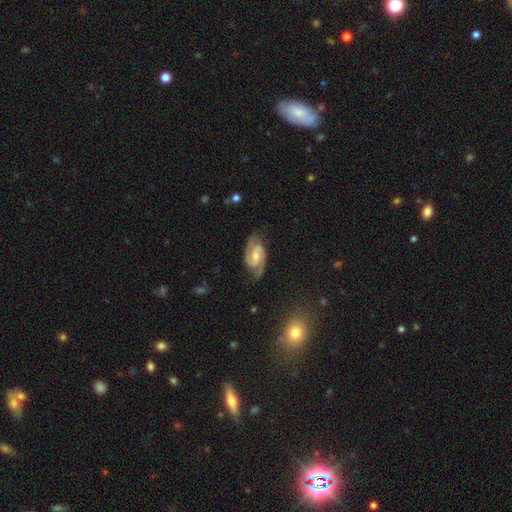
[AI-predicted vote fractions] Smooth or featured? Predicted: featured or disk (p=0.88). Edge-on disk? Predicted: no (p=0.97). Bar? Predicted: weak (p=0.50). Spiral arms? Predicted: yes (p=0.98). Spiral winding? Predicted: medium (p=0.53). Spiral arm count? Predicted: 2 (p=0.92). Bulge size? Predicted: small (p=0.45). Merging? Predicted: none (p=0.78).